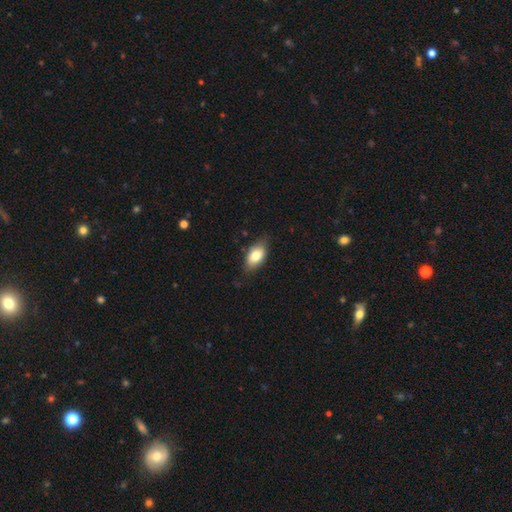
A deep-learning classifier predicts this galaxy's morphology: The model was most divided on "merging": none: 75%, minor disturbance: 21%, major disturbance: 4%, merger: 1%. More confident: how rounded — in between (89%); smooth or featured — smooth (78%).